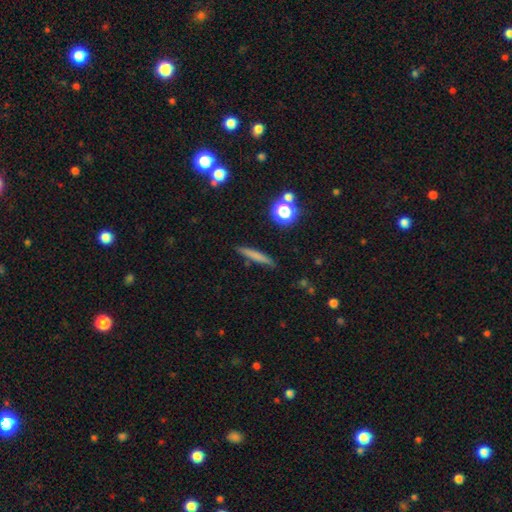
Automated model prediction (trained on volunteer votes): Morphology: type=smooth (69%); roundness=cigar-shaped (91%); merging=none (85%).